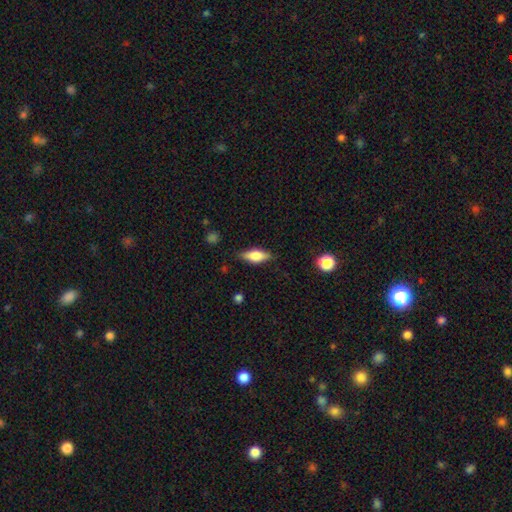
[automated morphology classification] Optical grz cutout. It shows a smooth galaxy with no disk features (59%) that is in between round and cigar-shaped (66%). Merging: none (83%).